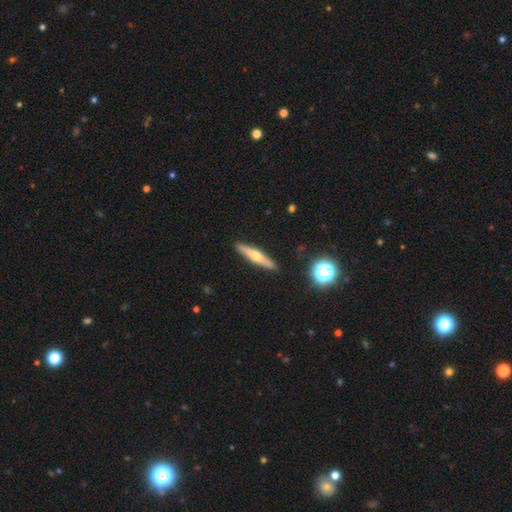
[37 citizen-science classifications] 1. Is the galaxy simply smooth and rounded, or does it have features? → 59% featured or disk, 38% smooth, 3% star or artifact.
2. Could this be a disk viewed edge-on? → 95% yes, 5% no.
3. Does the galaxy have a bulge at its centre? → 95% rounded, 5% none, 0% boxy.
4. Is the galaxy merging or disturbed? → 89% none, 8% minor disturbance, 3% major disturbance, 0% merger.